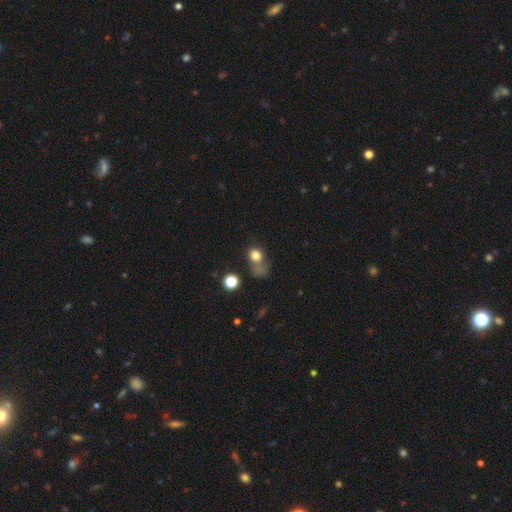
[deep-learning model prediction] smooth_or_featured: smooth (p=0.76) [alt: star or artifact p=0.14]
how_rounded: round (p=0.65) [alt: in between p=0.33]
merging: none (p=0.33) [alt: major disturbance p=0.29]